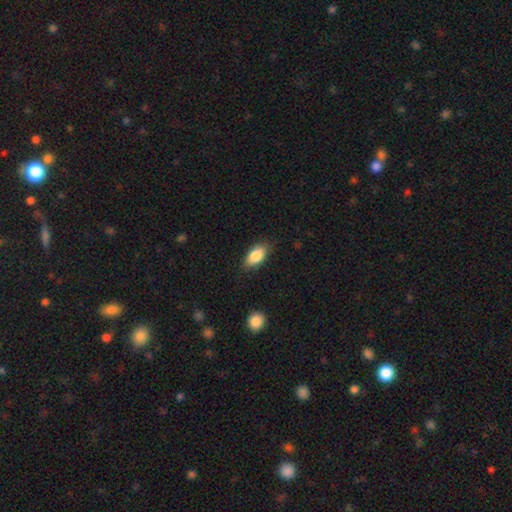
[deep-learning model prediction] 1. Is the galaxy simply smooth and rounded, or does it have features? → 85% smooth, 8% featured or disk, 7% star or artifact.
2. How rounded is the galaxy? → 90% in between, 6% cigar-shaped, 4% round.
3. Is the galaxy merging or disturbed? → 82% none, 14% minor disturbance, 3% major disturbance, 1% merger.